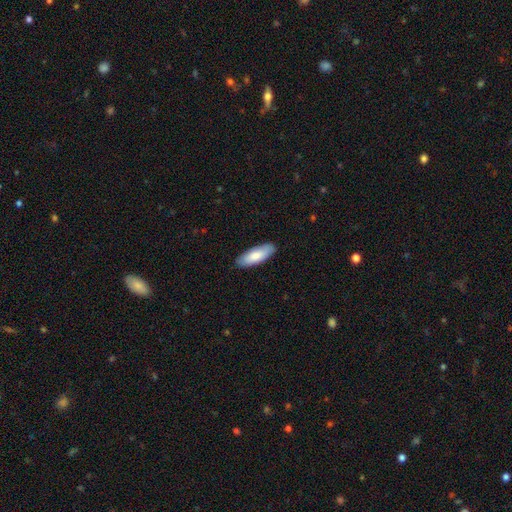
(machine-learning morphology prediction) smooth-or-featured: smooth: 81% | featured or disk: 15% | star or artifact: 5%
  how-rounded: in between: 67% | cigar-shaped: 31% | round: 2%
  merging: none: 88% | minor disturbance: 10% | major disturbance: 2% | merger: 1%